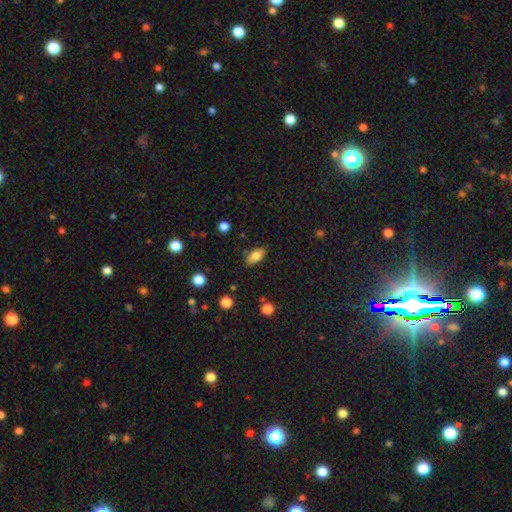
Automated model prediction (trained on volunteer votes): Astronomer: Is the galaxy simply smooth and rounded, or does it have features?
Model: smooth — 81%.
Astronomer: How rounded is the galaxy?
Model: in between — 88%.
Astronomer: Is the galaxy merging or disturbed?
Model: none — 81%.